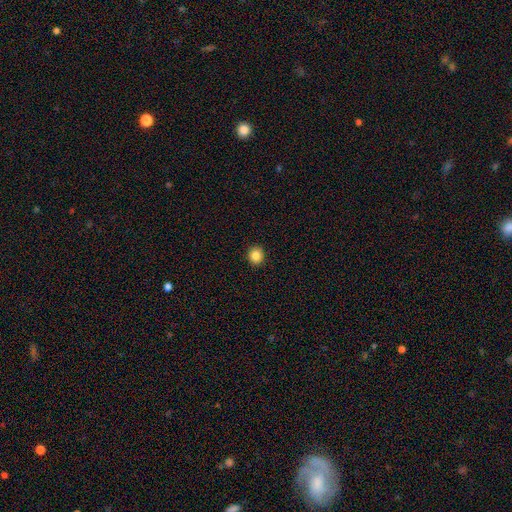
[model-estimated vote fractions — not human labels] This appears to be a smooth galaxy with no disk features (85%) that is round (88%). Merging: none (93%).